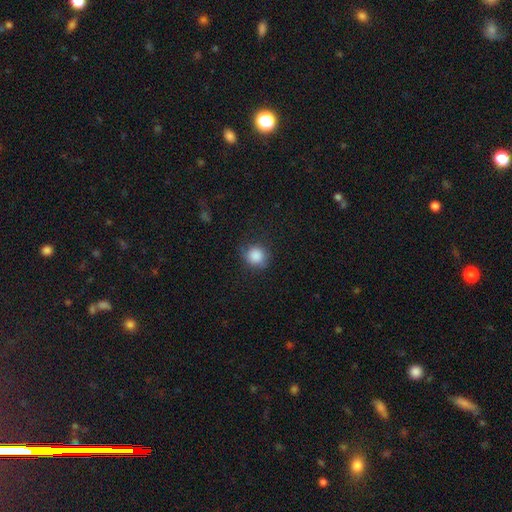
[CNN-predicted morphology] Smooth or featured: smooth — 87% (star or artifact — 9%)
How rounded: round — 87% (in between — 12%)
Merging: none — 78% (minor disturbance — 16%)